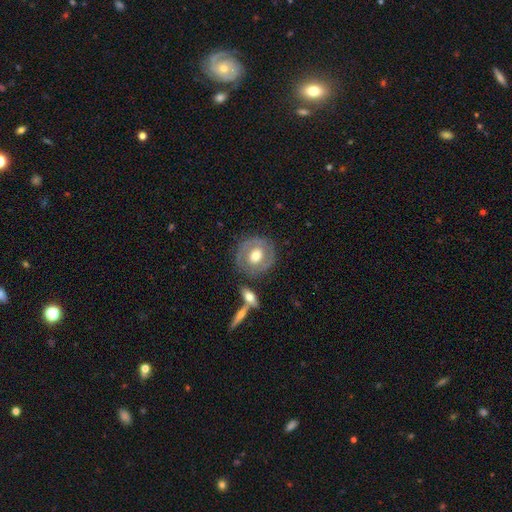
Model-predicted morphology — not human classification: Overall: featured or disk (51%; smooth 43%). Edge-on disk: no (93%). Merging: none (77%).